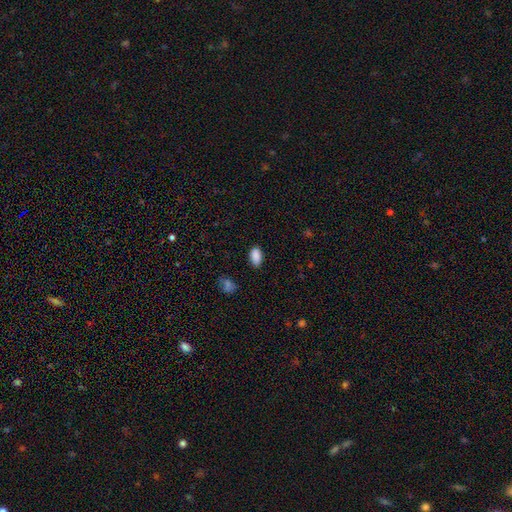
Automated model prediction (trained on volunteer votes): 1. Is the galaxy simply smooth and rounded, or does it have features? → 89% smooth, 8% star or artifact, 3% featured or disk.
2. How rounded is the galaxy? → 93% in between, 5% round, 2% cigar-shaped.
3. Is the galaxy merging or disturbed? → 84% none, 12% minor disturbance, 2% major disturbance, 1% merger.